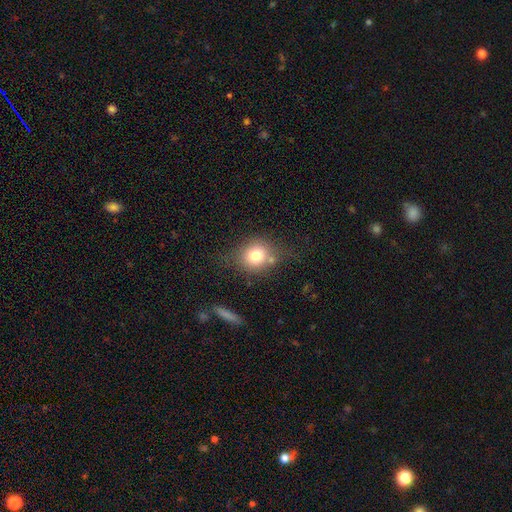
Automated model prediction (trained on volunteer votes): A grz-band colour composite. It shows a smooth galaxy with no disk features (75%) that is round (76%). Merging: none (65%).